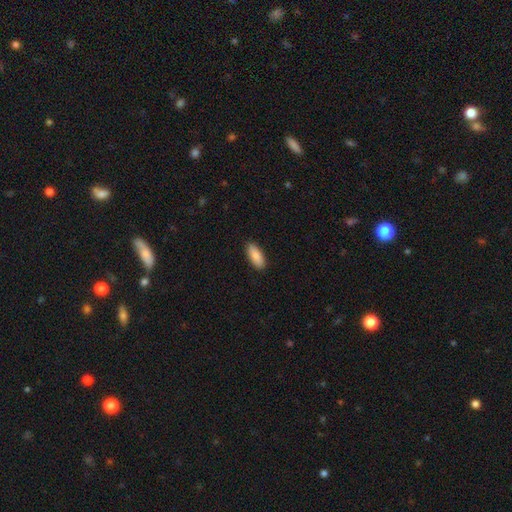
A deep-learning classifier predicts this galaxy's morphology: Q: Smooth or featured?
A: smooth (89%); runner-up: star or artifact (6%)
Q: How rounded?
A: in between (81%); runner-up: cigar-shaped (17%)
Q: Merging?
A: none (90%); runner-up: minor disturbance (7%)